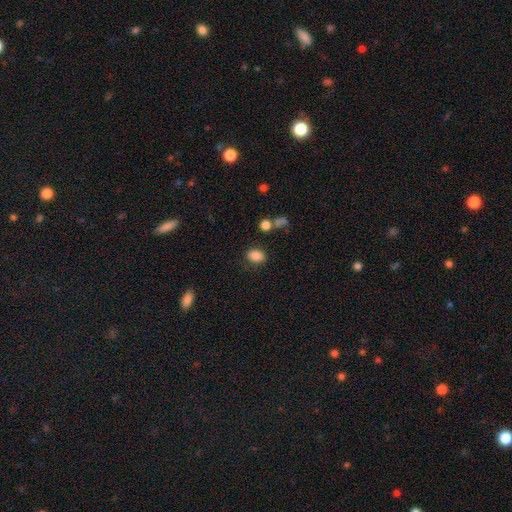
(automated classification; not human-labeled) smooth_or_featured: smooth (p=0.85) [alt: star or artifact p=0.10]
how_rounded: in between (p=0.65) [alt: round p=0.33]
merging: none (p=0.79) [alt: minor disturbance p=0.13]